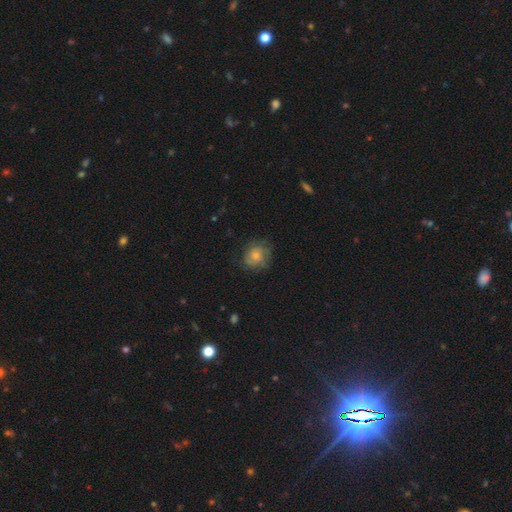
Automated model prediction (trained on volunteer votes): Smooth or featured?
  - smooth: 52% *
  - featured or disk: 39%
  - star or artifact: 9%
How rounded?
  - round: 78% *
  - in between: 21%
  - cigar-shaped: 1%
Merging?
  - none: 68% *
  - minor disturbance: 21%
  - major disturbance: 10%
  - merger: 1%